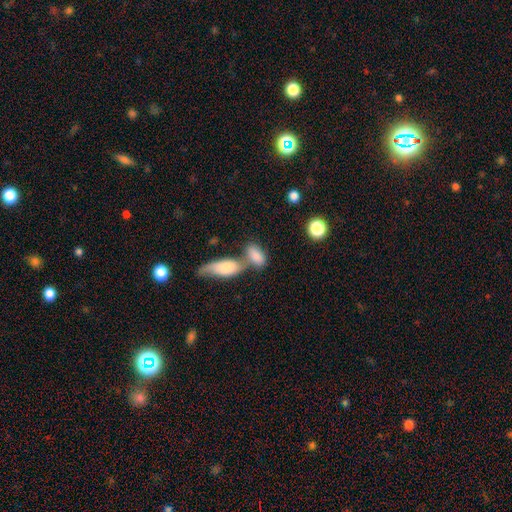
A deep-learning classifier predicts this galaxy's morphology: Smooth or featured? smooth (82%)
How rounded? in between (88%)
Merging? merger (57%)